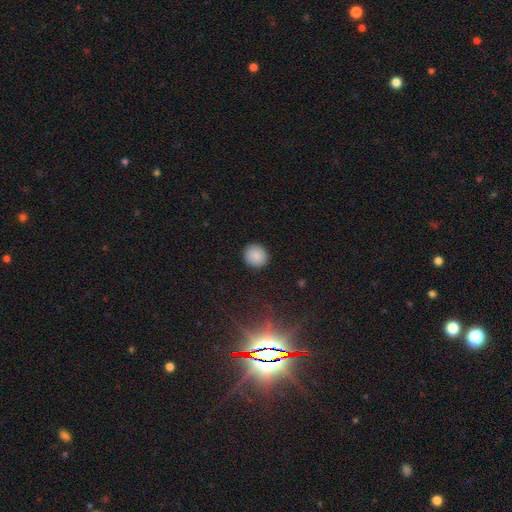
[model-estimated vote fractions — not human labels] Smooth or featured: smooth — 88% (star or artifact — 9%)
How rounded: round — 91% (in between — 8%)
Merging: none — 91% (minor disturbance — 6%)